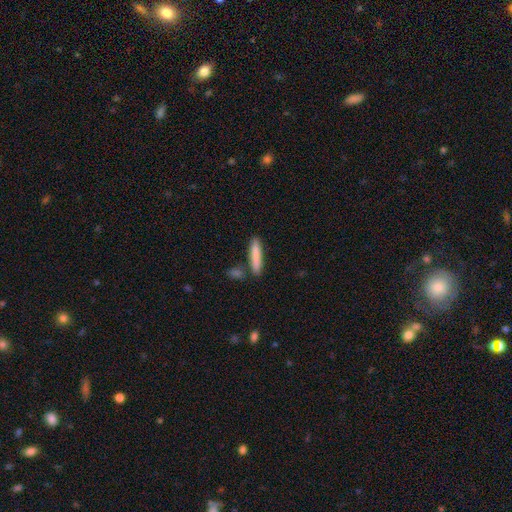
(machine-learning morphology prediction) smooth_or_featured: smooth (p=0.82) [alt: featured or disk p=0.12]
how_rounded: cigar-shaped (p=0.88) [alt: in between p=0.10]
merging: none (p=0.80) [alt: minor disturbance p=0.10]